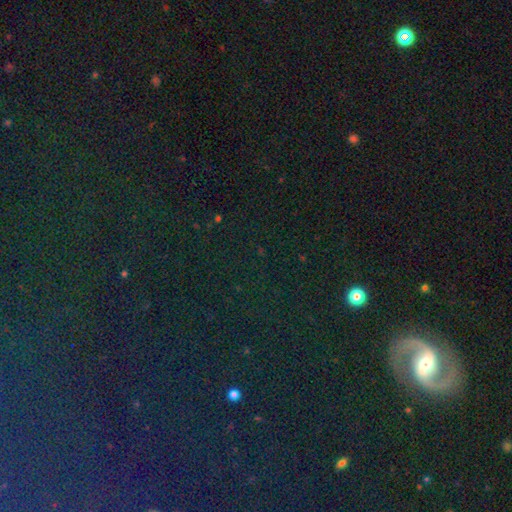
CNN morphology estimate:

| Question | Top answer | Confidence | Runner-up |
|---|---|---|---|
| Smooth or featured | star or artifact | 62% | smooth (20%) |